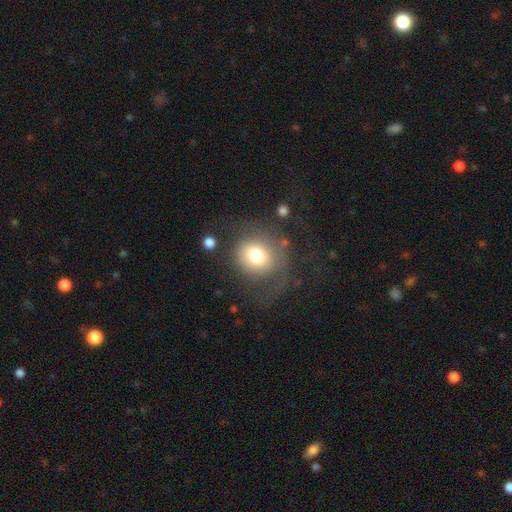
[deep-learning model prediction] smooth-or-featured: smooth: 71% | featured or disk: 18% | star or artifact: 11%
  how-rounded: round: 83% | in between: 16% | cigar-shaped: 1%
  merging: none: 52% | major disturbance: 27% | minor disturbance: 18% | merger: 3%